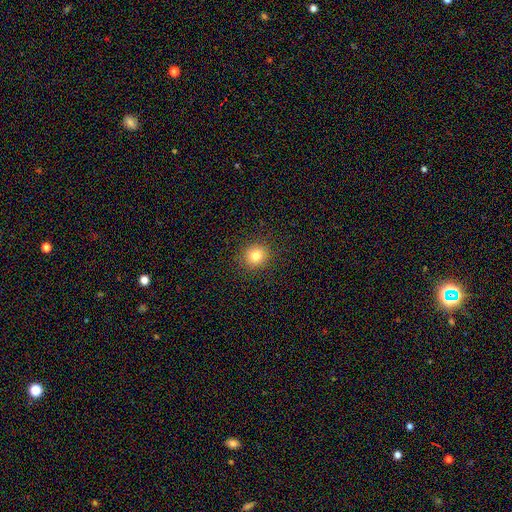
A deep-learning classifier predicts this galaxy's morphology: Smooth or featured: smooth — 80% (star or artifact — 12%)
How rounded: round — 87% (in between — 12%)
Merging: none — 91% (minor disturbance — 6%)